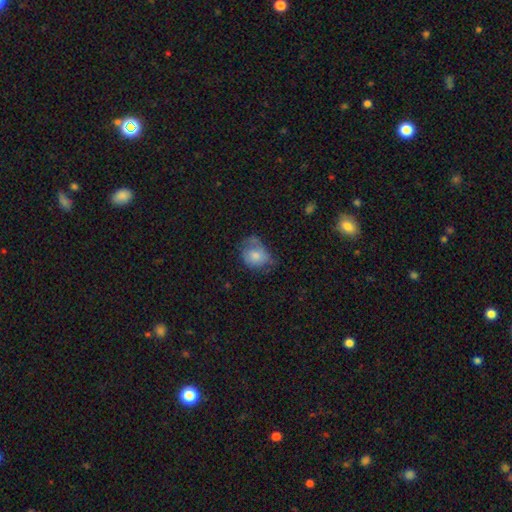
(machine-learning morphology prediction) smooth_or_featured: smooth (p=0.67) [alt: featured or disk p=0.24]
how_rounded: round (p=0.56) [alt: in between p=0.43]
merging: minor disturbance (p=0.36) [tied with: none p=0.36]